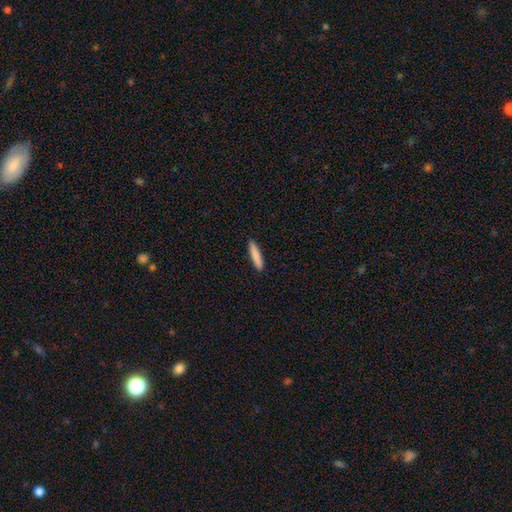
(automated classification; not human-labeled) Q: Smooth or featured?
A: smooth (85%); runner-up: featured or disk (10%)
Q: How rounded?
A: cigar-shaped (90%); runner-up: in between (8%)
Q: Merging?
A: none (91%); runner-up: minor disturbance (6%)